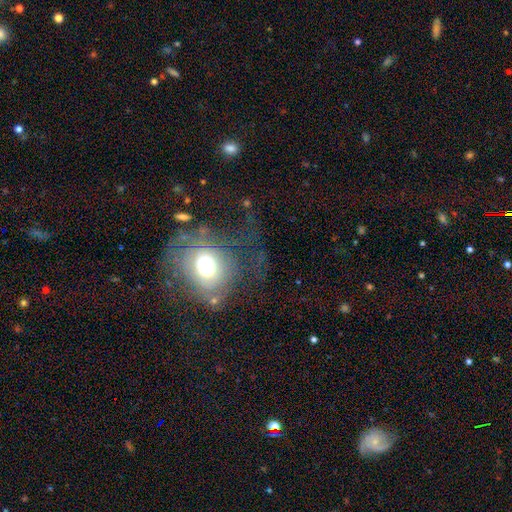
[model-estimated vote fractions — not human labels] Overall: smooth (40%; featured or disk 38%). Merging: none (54%; major disturbance 25%).